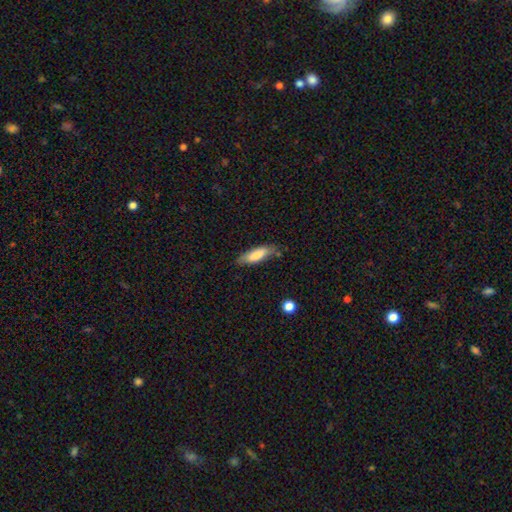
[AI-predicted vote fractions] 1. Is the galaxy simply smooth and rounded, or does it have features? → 77% smooth, 17% featured or disk, 6% star or artifact.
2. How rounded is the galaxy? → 50% in between, 48% cigar-shaped, 2% round.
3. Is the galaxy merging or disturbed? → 73% none, 21% minor disturbance, 4% major disturbance, 3% merger.